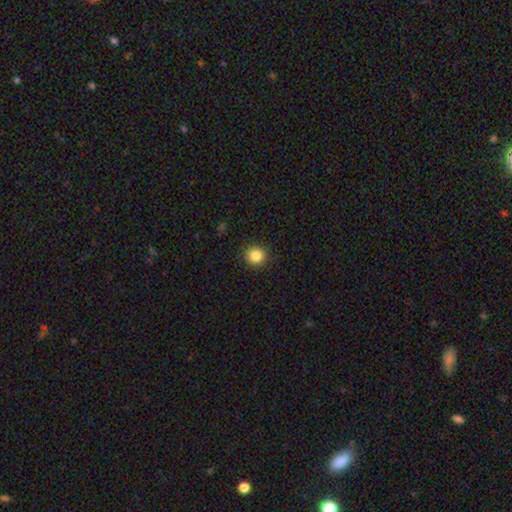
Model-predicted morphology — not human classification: Smooth or featured?
  - smooth: 84% *
  - star or artifact: 11%
  - featured or disk: 5%
How rounded?
  - round: 91% *
  - in between: 8%
  - cigar-shaped: 1%
Merging?
  - none: 90% *
  - minor disturbance: 7%
  - major disturbance: 2%
  - merger: 1%